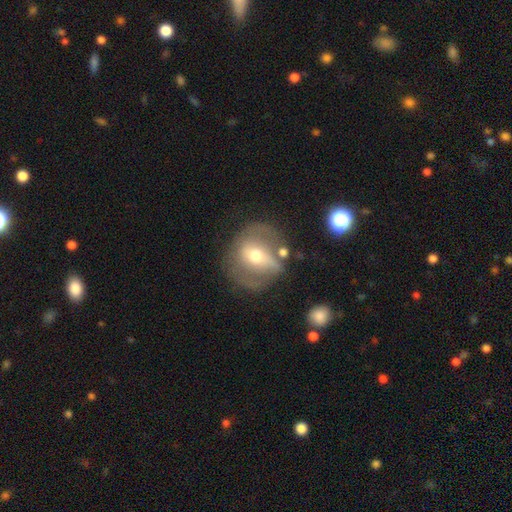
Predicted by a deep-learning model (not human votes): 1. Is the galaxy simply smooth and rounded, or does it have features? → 60% featured or disk, 32% smooth, 8% star or artifact.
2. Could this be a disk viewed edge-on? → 94% no, 6% yes.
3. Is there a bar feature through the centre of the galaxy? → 37% weak, 32% strong, 30% no.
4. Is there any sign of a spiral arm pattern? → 57% yes, 43% no.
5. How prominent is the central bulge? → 67% moderate, 24% small, 6% large, 1% dominant, 1% none.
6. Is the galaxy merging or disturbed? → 59% none, 20% minor disturbance, 14% major disturbance, 7% merger.